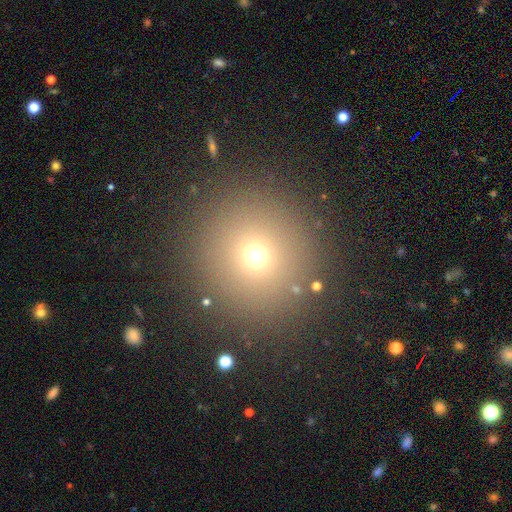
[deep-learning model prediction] Smooth or featured? Predicted: smooth (p=0.68). How rounded? Predicted: round (p=0.94). Merging? Predicted: none (p=0.89).